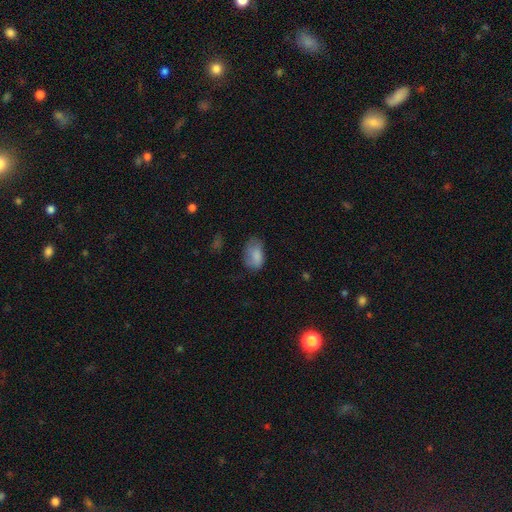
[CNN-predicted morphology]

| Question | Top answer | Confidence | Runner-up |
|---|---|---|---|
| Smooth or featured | smooth | 81% | featured or disk (11%) |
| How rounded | in between | 89% | round (10%) |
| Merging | none | 52% | minor disturbance (32%) |